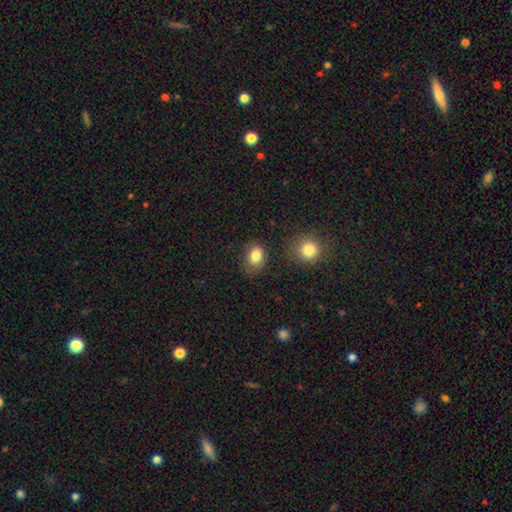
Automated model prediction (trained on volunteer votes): Overall: smooth (83%). How rounded: in between (68%; round 31%). Merging: none (75%).